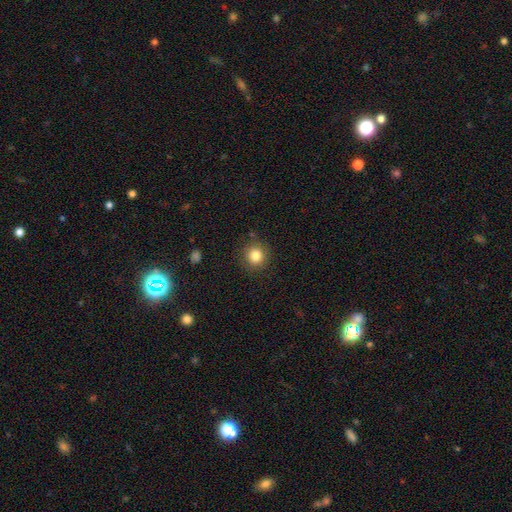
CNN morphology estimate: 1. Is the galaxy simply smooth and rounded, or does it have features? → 83% smooth, 11% star or artifact, 6% featured or disk.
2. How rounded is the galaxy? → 90% round, 9% in between, 1% cigar-shaped.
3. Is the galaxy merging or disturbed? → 87% none, 8% minor disturbance, 3% major disturbance, 2% merger.